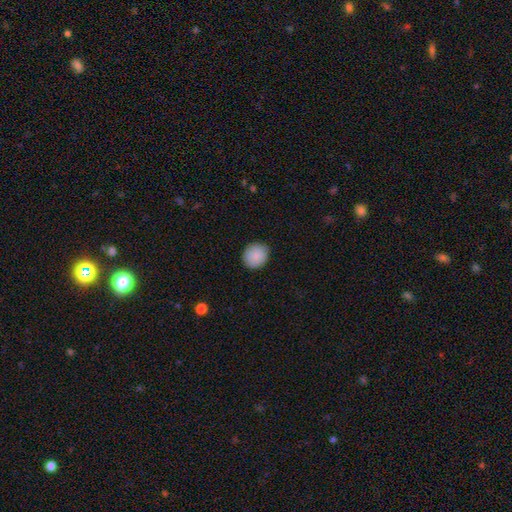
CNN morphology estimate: This is clearly a smooth galaxy (88%). How rounded: clearly round (81%). Merging: clearly none (88%).